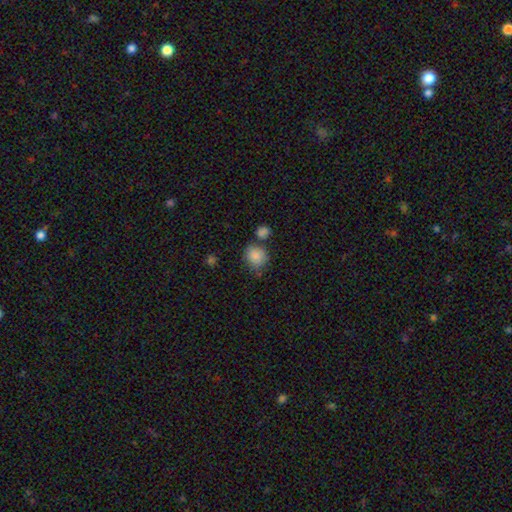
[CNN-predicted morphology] type=smooth (86%); roundness=round (76%); merging=none (59%).